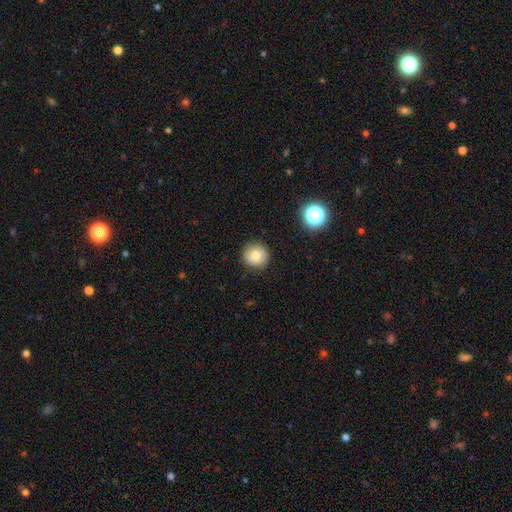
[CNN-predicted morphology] The model was most divided on "smooth or featured": smooth: 75%, featured or disk: 15%, star or artifact: 11%. More confident: how rounded — round (93%); merging — none (88%).